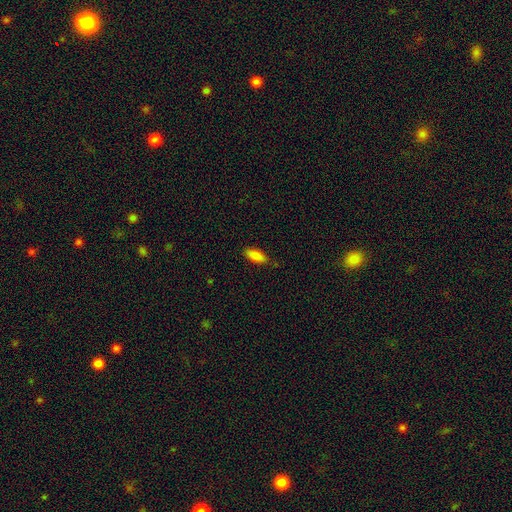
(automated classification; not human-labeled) A smooth galaxy with no disk features (87%) that is in between round and cigar-shaped (74%).

Vote fractions:
- Smooth or featured? smooth: 87% / star or artifact: 7% / featured or disk: 6%
- How rounded? in between: 74% / cigar-shaped: 24% / round: 2%
- Merging? none: 82% / minor disturbance: 14% / major disturbance: 3% / merger: 2%